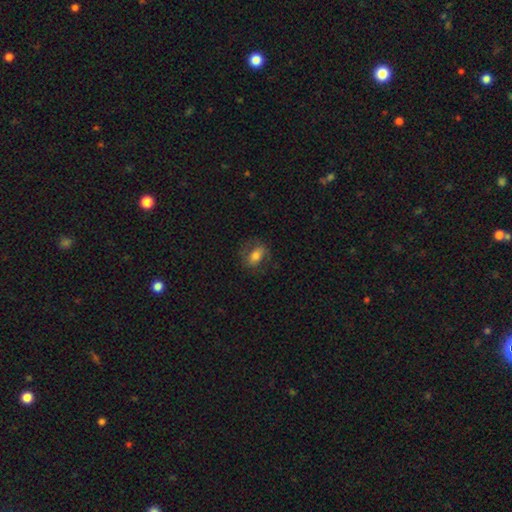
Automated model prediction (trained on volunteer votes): A smooth galaxy with no disk features (67%) that is in between round and cigar-shaped (76%).

Vote fractions:
- Smooth or featured? smooth: 67% / featured or disk: 24% / star or artifact: 9%
- How rounded? in between: 76% / round: 22% / cigar-shaped: 3%
- Merging? none: 70% / minor disturbance: 18% / major disturbance: 11% / merger: 1%